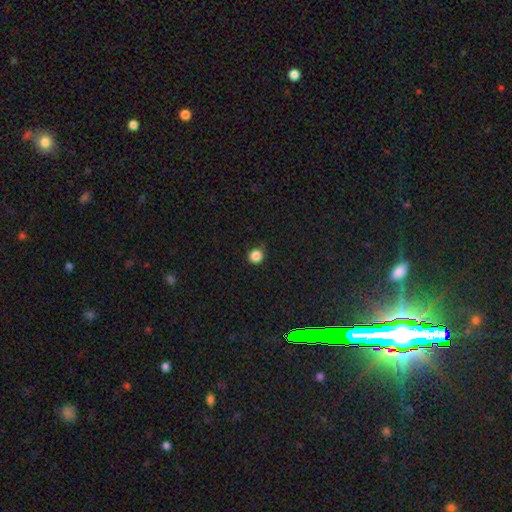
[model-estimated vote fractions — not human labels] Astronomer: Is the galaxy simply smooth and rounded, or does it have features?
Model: smooth — 85%.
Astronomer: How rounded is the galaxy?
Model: round — 93%.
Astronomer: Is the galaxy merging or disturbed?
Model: none — 84%.